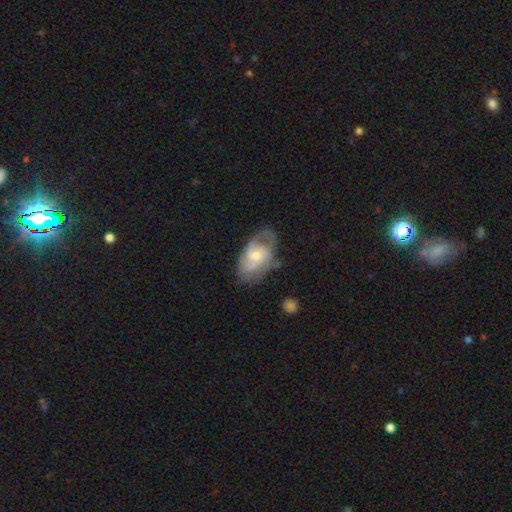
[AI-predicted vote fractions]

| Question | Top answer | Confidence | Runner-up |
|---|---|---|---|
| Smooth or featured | featured or disk | 75% | smooth (20%) |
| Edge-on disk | no | 96% | yes (4%) |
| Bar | no | 61% | weak (34%) |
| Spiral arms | yes | 90% | no (10%) |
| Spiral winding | medium | 47% | tight (36%) |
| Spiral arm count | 2 | 49% | can't tell (23%) |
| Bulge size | moderate | 48% | small (43%) |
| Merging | none | 57% | minor disturbance (25%) |